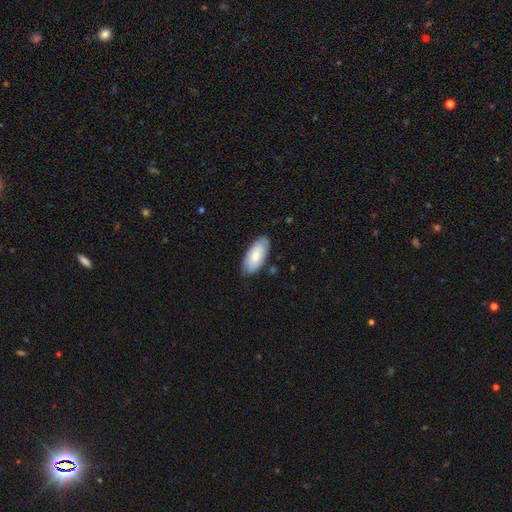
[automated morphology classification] The model was most divided on "smooth or featured": smooth: 76%, featured or disk: 19%, star or artifact: 5%. More confident: how rounded — in between (91%); merging — none (79%).